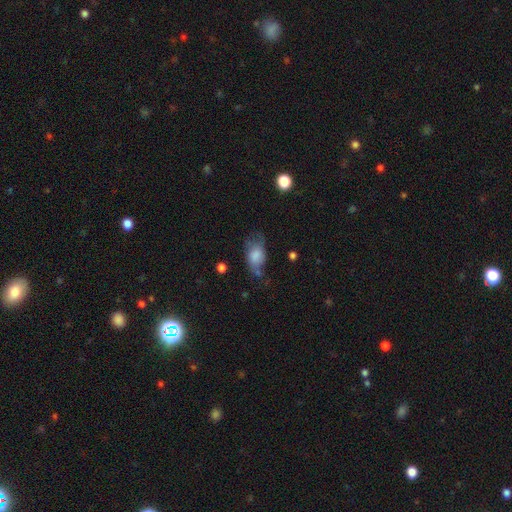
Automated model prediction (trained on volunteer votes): The model was most divided on "merging": none: 42%, minor disturbance: 33%, major disturbance: 21%, merger: 5%. More confident: how rounded — in between (86%); smooth or featured — smooth (73%).